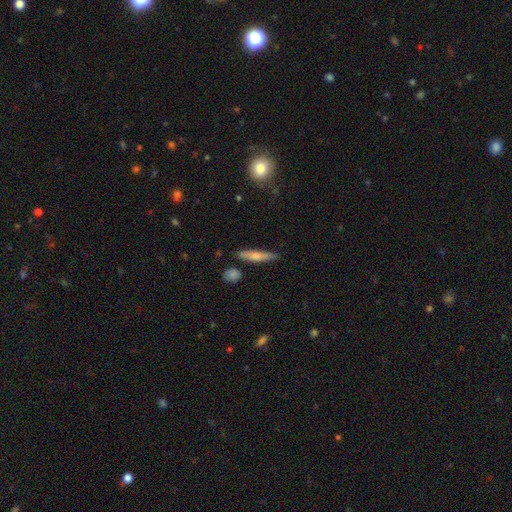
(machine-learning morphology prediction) smooth-or-featured: smooth: 65% | featured or disk: 29% | star or artifact: 6%
  how-rounded: cigar-shaped: 87% | in between: 10% | round: 2%
  merging: none: 83% | minor disturbance: 12% | merger: 4% | major disturbance: 2%